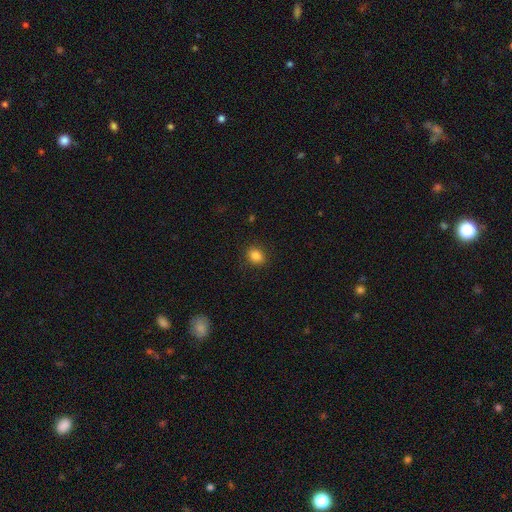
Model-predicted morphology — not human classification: smooth_or_featured: smooth (p=0.85) [alt: star or artifact p=0.11]
how_rounded: round (p=0.51) [alt: in between p=0.48]
merging: none (p=0.88) [alt: minor disturbance p=0.08]